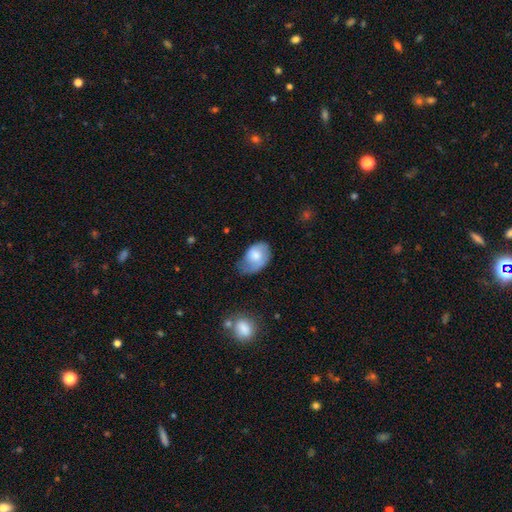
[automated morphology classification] Smooth or featured? Predicted: smooth (p=0.63). How rounded? Predicted: in between (p=0.82). Merging? Predicted: minor disturbance (p=0.43).